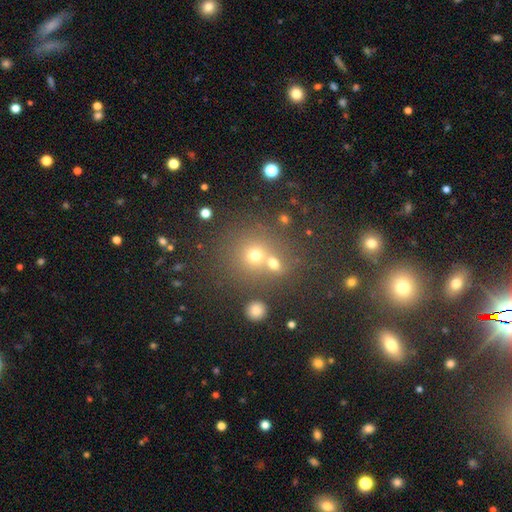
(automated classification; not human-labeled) smooth_or_featured: smooth (p=0.67) [alt: star or artifact p=0.22]
how_rounded: round (p=0.87) [alt: in between p=0.12]
merging: none (p=0.57) [alt: merger p=0.32]